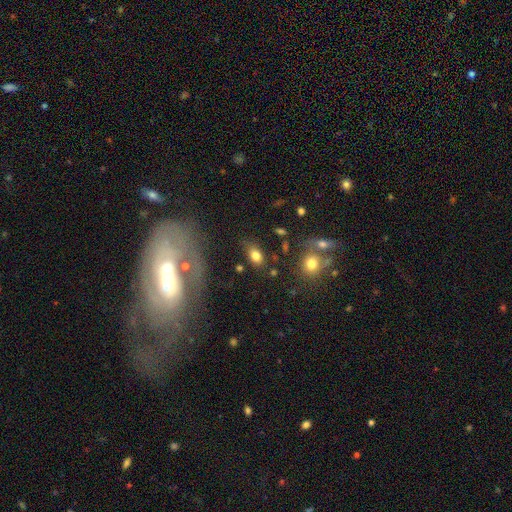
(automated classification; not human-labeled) smooth_or_featured: smooth (p=0.80) [alt: star or artifact p=0.11]
how_rounded: in between (p=0.82) [alt: round p=0.16]
merging: none (p=0.74) [alt: minor disturbance p=0.15]